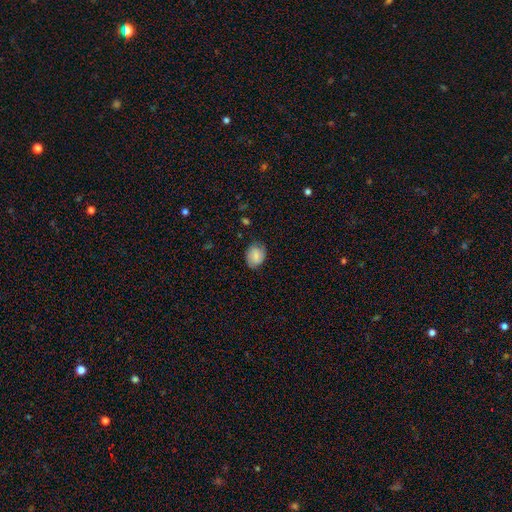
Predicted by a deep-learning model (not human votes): This appears to be a smooth galaxy with no disk features (78%) that is in between round and cigar-shaped (57%). Merging: none (76%).